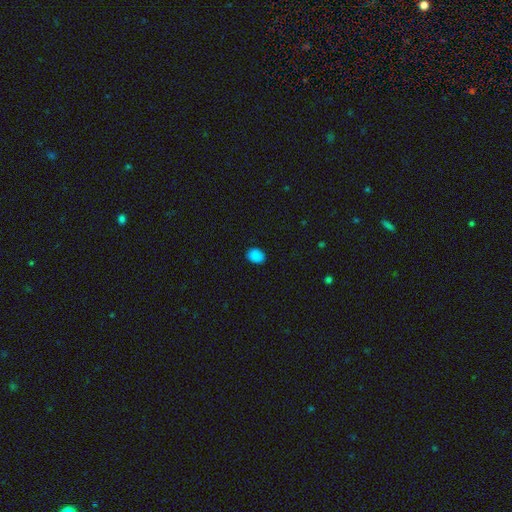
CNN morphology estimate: Overall: smooth (87%). How rounded: in between (60%; round 39%). Merging: none (88%).